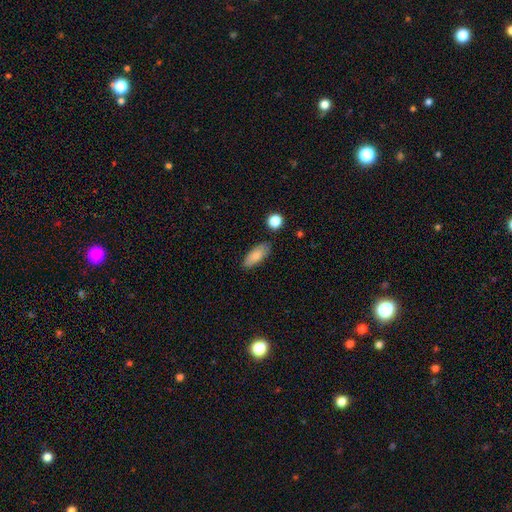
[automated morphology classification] Smooth or featured?
  - smooth: 81% *
  - featured or disk: 12%
  - star or artifact: 7%
How rounded?
  - in between: 80% *
  - cigar-shaped: 17%
  - round: 3%
Merging?
  - none: 78% *
  - minor disturbance: 16%
  - major disturbance: 3%
  - merger: 3%